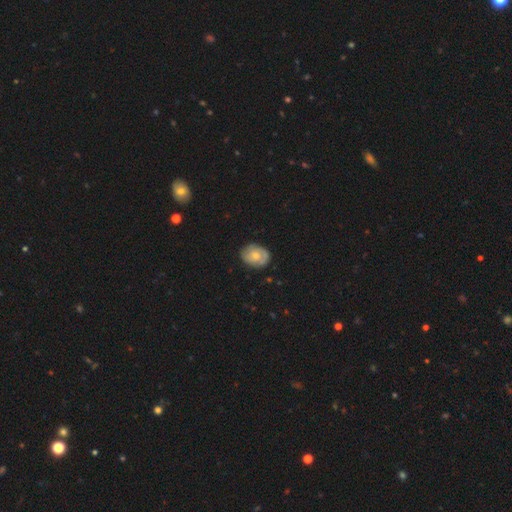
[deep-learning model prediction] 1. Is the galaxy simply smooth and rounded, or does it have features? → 55% smooth, 38% featured or disk, 7% star or artifact.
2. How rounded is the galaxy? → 57% in between, 42% round, 1% cigar-shaped.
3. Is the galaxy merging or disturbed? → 78% none, 17% minor disturbance, 3% major disturbance, 1% merger.